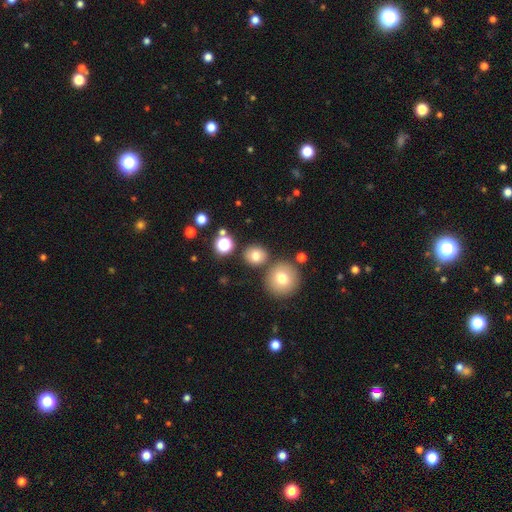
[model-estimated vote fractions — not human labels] smooth 78%, star or artifact 13%, featured or disk 9%. Down the decision tree: how rounded — round (83%); merging — none (78%).